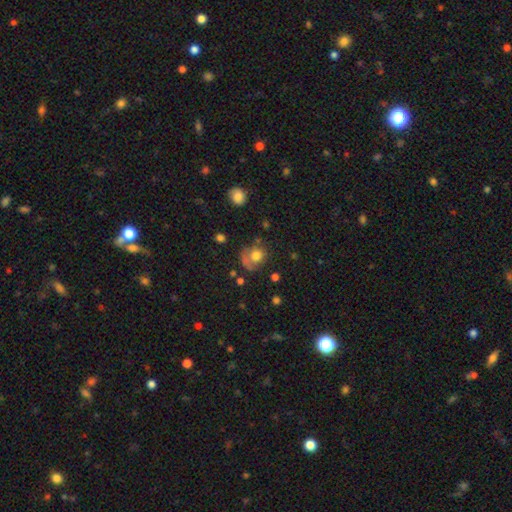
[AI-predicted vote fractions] Q: Smooth or featured?
A: smooth (69%); runner-up: featured or disk (20%)
Q: How rounded?
A: round (75%); runner-up: in between (24%)
Q: Merging?
A: none (45%); runner-up: major disturbance (25%)